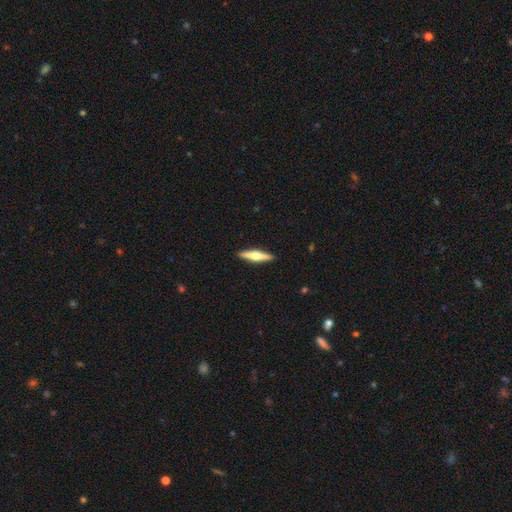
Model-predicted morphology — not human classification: Smooth or featured: featured or disk — 59% (smooth — 36%)
Edge-on disk: yes — 97% (no — 3%)
Edge-on bulge: rounded — 91% (boxy — 5%)
Merging: none — 92% (minor disturbance — 6%)